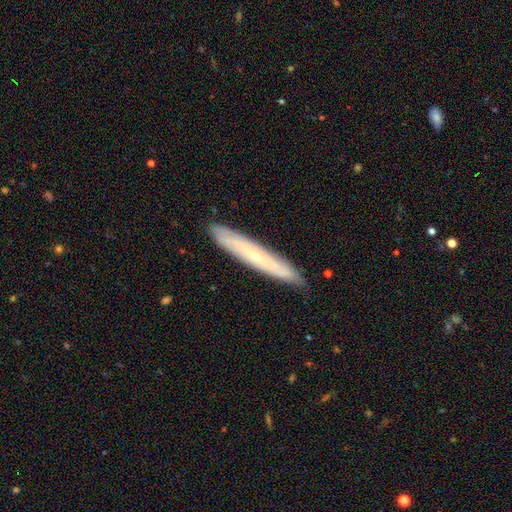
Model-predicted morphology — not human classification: Smooth or featured? featured or disk (55%)
Edge-on disk? yes (79%)
Merging? none (88%)